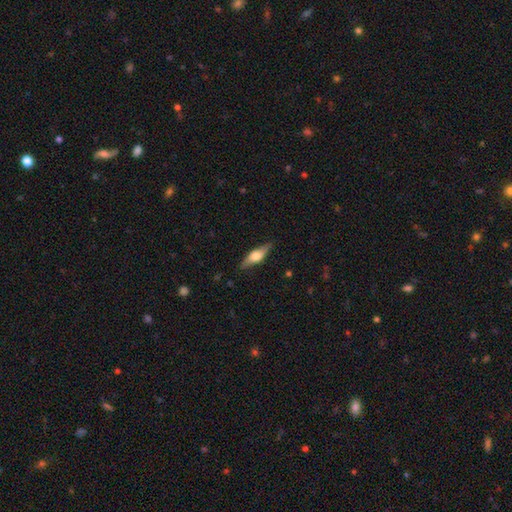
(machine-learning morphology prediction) Q: Smooth or featured?
A: smooth (48%); runner-up: featured or disk (46%)
Q: Merging?
A: none (85%); runner-up: minor disturbance (12%)